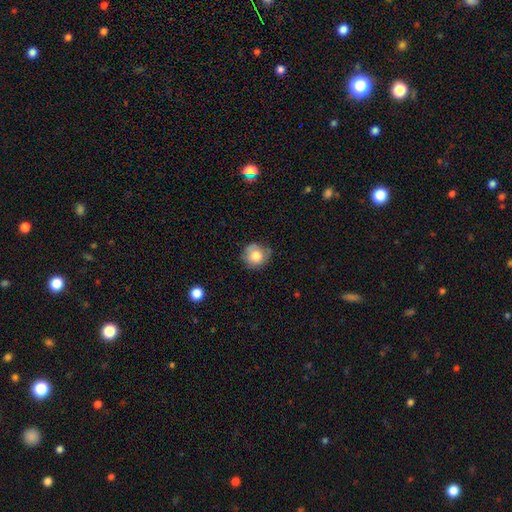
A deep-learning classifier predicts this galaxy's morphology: Smooth or featured?
  - smooth: 73% *
  - featured or disk: 18%
  - star or artifact: 9%
How rounded?
  - round: 86% *
  - in between: 13%
  - cigar-shaped: 1%
Merging?
  - none: 68% *
  - minor disturbance: 24%
  - major disturbance: 7%
  - merger: 2%